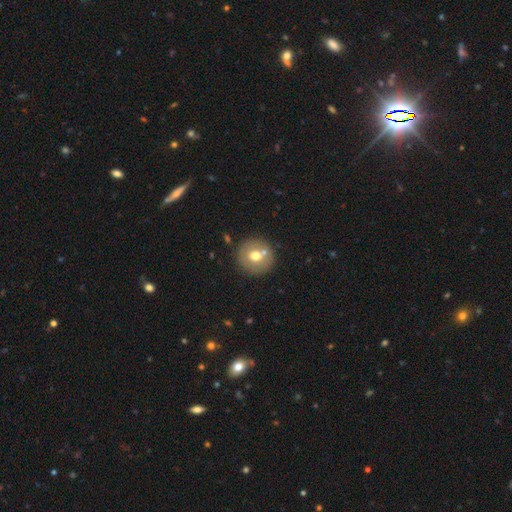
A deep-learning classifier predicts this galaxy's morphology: Smooth or featured?
  - smooth: 65% *
  - featured or disk: 25%
  - star or artifact: 10%
How rounded?
  - round: 94% *
  - in between: 5%
  - cigar-shaped: 1%
Merging?
  - none: 78% *
  - merger: 11%
  - minor disturbance: 8%
  - major disturbance: 3%